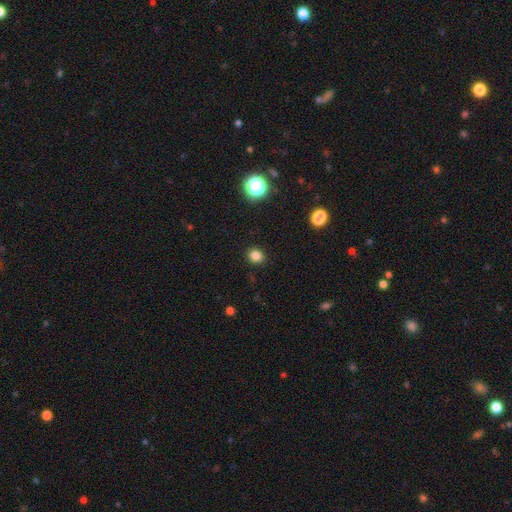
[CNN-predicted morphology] Smooth or featured? Predicted: smooth (p=0.83). How rounded? Predicted: round (p=0.78). Merging? Predicted: none (p=0.91).